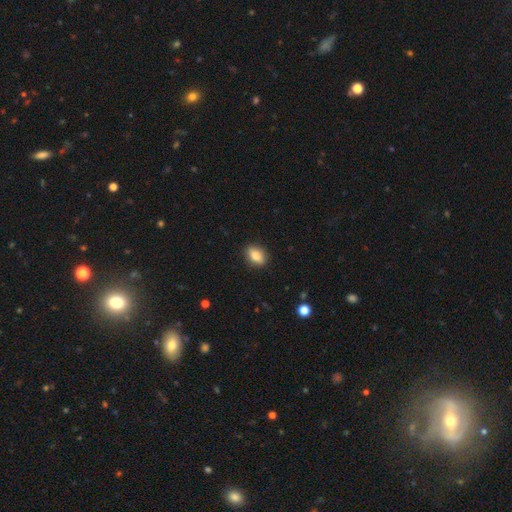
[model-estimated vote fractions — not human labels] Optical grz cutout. It shows a smooth galaxy with no disk features (82%) that is in between round and cigar-shaped (80%). Merging: none (88%).